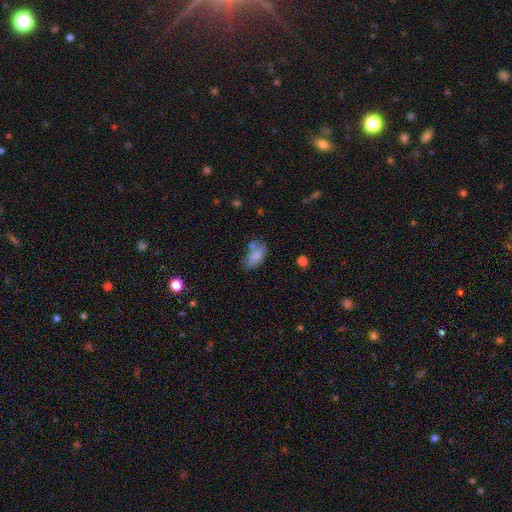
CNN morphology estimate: smooth-or-featured: smooth: 75% | featured or disk: 16% | star or artifact: 9%
  how-rounded: in between: 87% | cigar-shaped: 8% | round: 4%
  merging: none: 46% | minor disturbance: 27% | merger: 15% | major disturbance: 12%